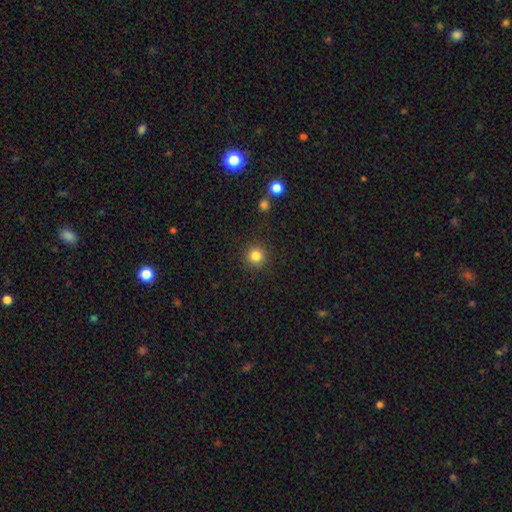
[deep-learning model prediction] smooth_or_featured: smooth (p=0.84) [alt: star or artifact p=0.11]
how_rounded: round (p=0.94) [alt: in between p=0.05]
merging: none (p=0.90) [alt: minor disturbance p=0.06]